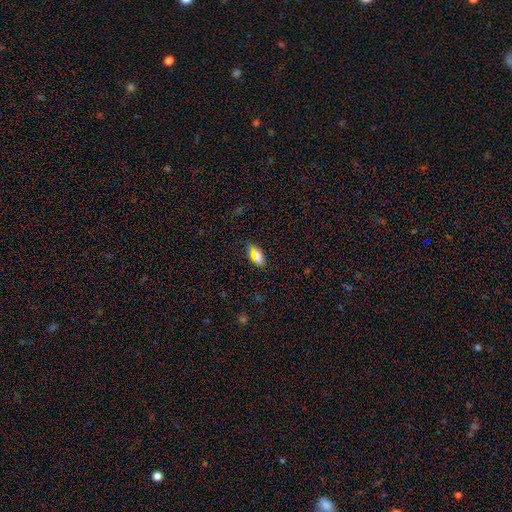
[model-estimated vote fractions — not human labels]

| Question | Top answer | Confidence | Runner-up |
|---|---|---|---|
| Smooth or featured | smooth | 65% | star or artifact (24%) |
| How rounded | in between | 86% | cigar-shaped (8%) |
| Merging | none | 78% | minor disturbance (14%) |